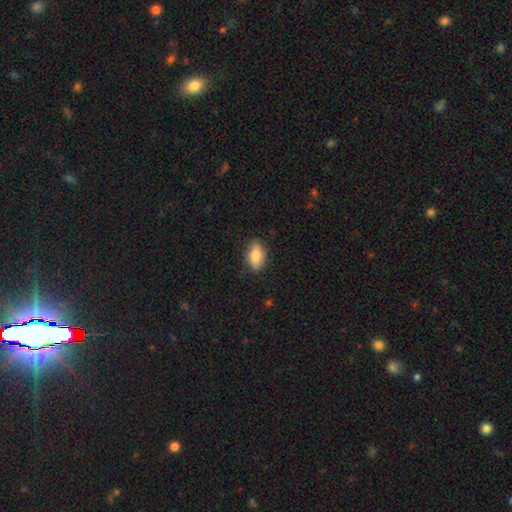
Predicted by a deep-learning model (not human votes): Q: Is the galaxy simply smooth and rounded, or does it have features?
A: smooth — 83%.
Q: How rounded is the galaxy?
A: in between — 88%.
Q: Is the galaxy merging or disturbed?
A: none — 84%.